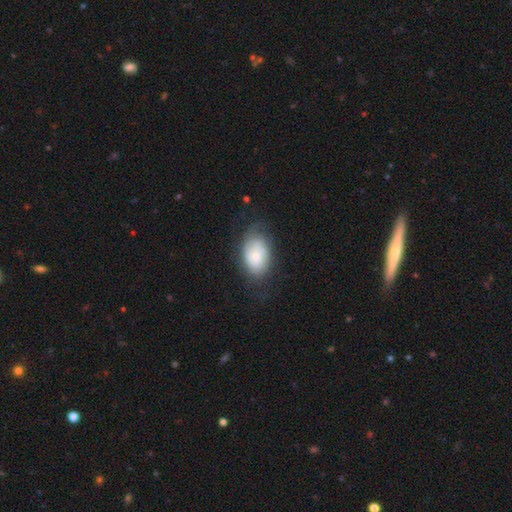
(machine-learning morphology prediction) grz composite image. It shows a smooth galaxy with no disk features (67%) that is in between round and cigar-shaped (87%). Merging: none (56%).